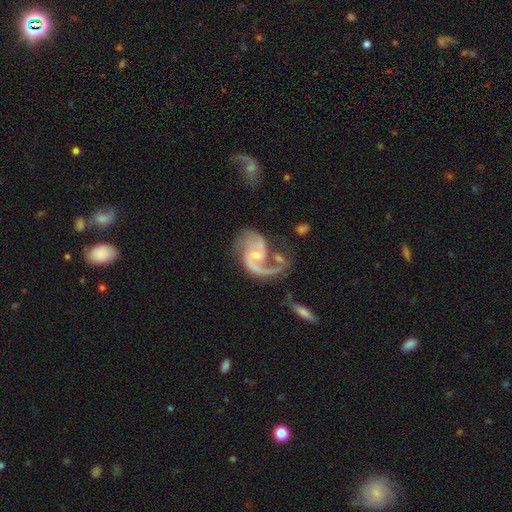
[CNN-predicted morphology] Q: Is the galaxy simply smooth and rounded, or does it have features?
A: featured or disk — 91%.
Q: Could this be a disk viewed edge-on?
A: no — 98%.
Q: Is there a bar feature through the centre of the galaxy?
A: weak — 45%.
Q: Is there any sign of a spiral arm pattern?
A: yes — 97%.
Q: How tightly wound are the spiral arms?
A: medium — 48%.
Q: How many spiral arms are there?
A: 2 — 72%.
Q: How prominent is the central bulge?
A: small — 56%.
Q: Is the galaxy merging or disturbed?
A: none — 40%.